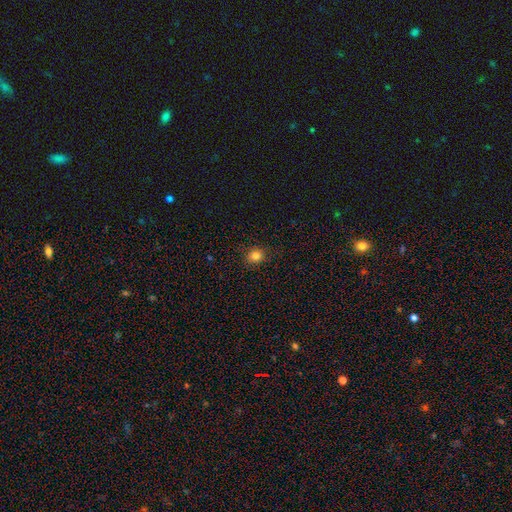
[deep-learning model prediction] This is clearly a smooth galaxy (82%). How rounded: likely round (75%). Merging: clearly none (88%).